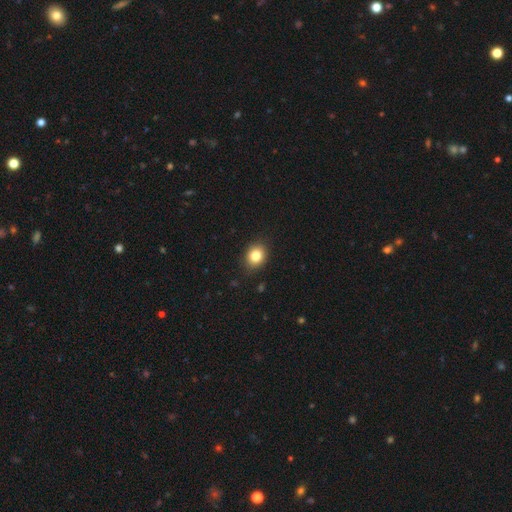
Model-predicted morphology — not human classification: Smooth or featured? Predicted: smooth (p=0.83). How rounded? Predicted: round (p=0.54). Merging? Predicted: none (p=0.86).